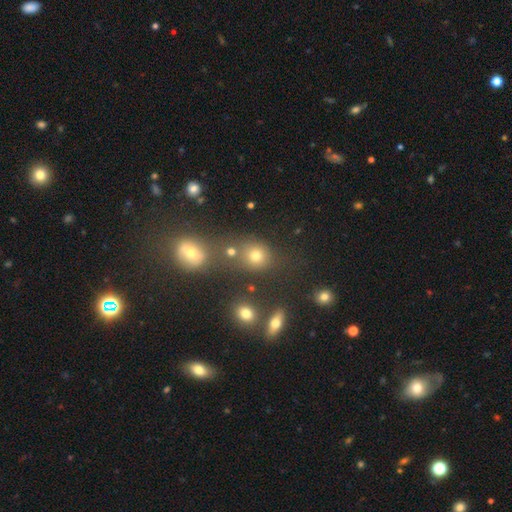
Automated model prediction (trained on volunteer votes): The model was most divided on "merging": none: 64%, merger: 18%, minor disturbance: 12%, major disturbance: 6%. More confident: how rounded — round (74%); smooth or featured — smooth (71%).